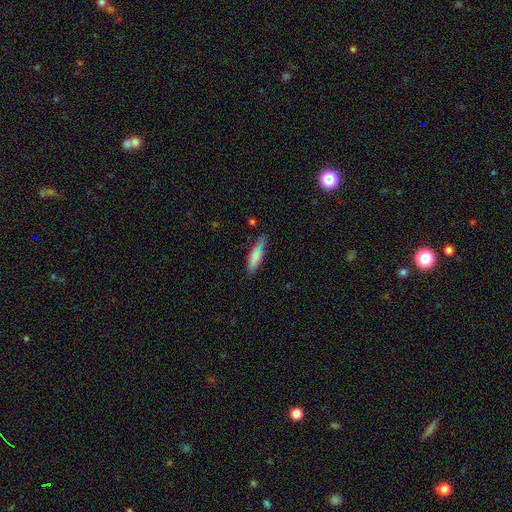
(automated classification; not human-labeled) smooth-or-featured: smooth: 79% | featured or disk: 15% | star or artifact: 7%
  how-rounded: cigar-shaped: 64% | in between: 34% | round: 2%
  merging: none: 71% | minor disturbance: 21% | major disturbance: 4% | merger: 3%